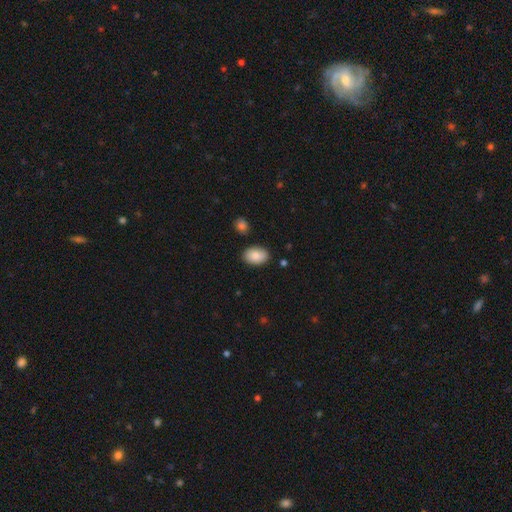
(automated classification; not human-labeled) Overall: smooth (87%). How rounded: in between (90%). Merging: none (85%).